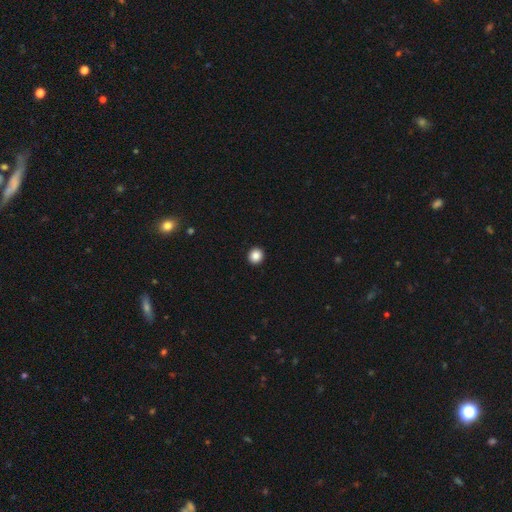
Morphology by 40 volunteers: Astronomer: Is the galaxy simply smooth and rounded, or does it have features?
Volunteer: smooth — 90%.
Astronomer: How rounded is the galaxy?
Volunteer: round — 100%.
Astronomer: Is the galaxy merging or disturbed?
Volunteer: none — 97%.